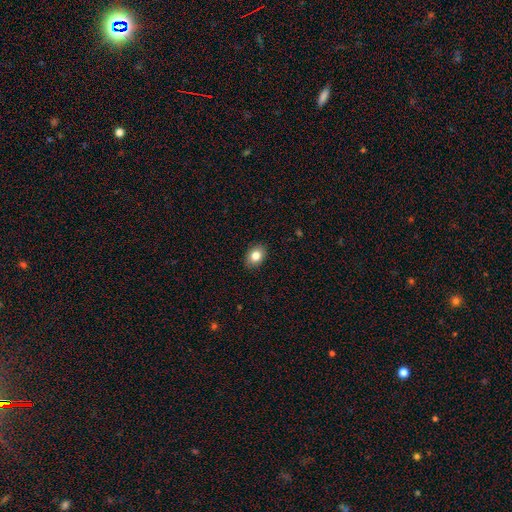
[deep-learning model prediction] Q: Smooth or featured?
A: smooth (82%); runner-up: star or artifact (9%)
Q: How rounded?
A: in between (67%); runner-up: round (32%)
Q: Merging?
A: none (89%); runner-up: minor disturbance (9%)